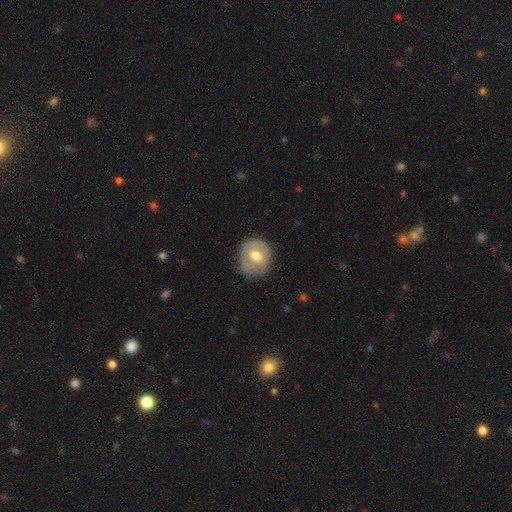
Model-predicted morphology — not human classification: type=featured or disk (56%); edge-on=no (95%); bar=no (68%); spiral arms=no (73%); bulge=moderate (62%); merging=none (71%).